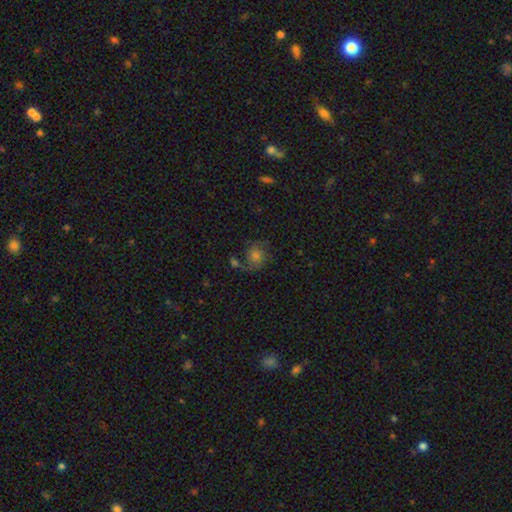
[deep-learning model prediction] Smooth or featured?
  - smooth: 43% * (tied)
  - featured or disk: 43% * (tied)
  - star or artifact: 14%
Merging?
  - none: 52% *
  - minor disturbance: 20%
  - major disturbance: 15%
  - merger: 12%